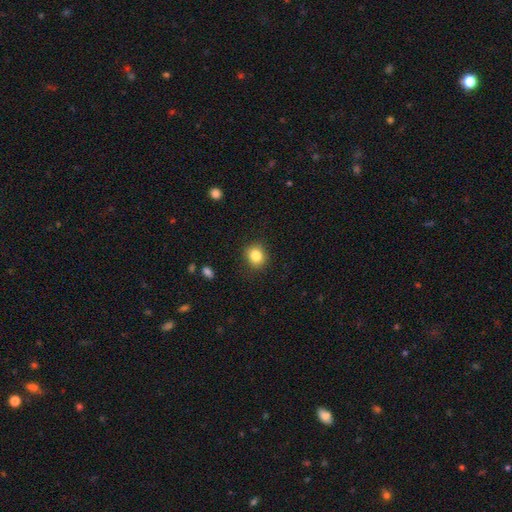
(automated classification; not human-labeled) Overall: smooth (84%). How rounded: round (74%). Merging: none (88%).